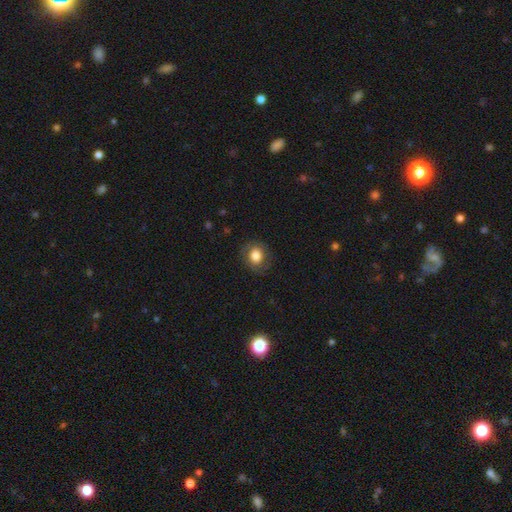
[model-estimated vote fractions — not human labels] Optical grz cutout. It shows a smooth galaxy with no disk features (79%) that is round (68%). Merging: none (82%).